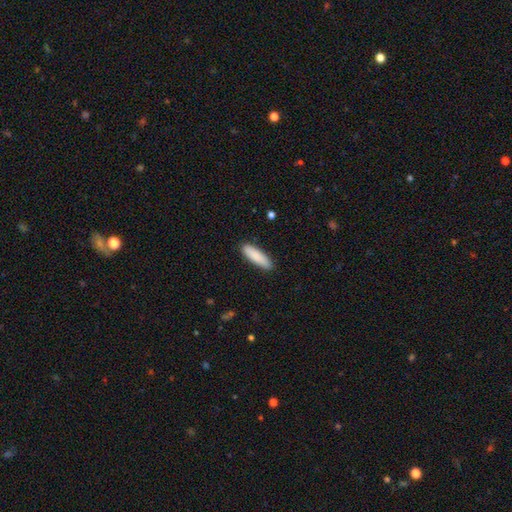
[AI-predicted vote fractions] Smooth or featured? Predicted: smooth (p=0.88). How rounded? Predicted: cigar-shaped (p=0.58). Merging? Predicted: none (p=0.89).